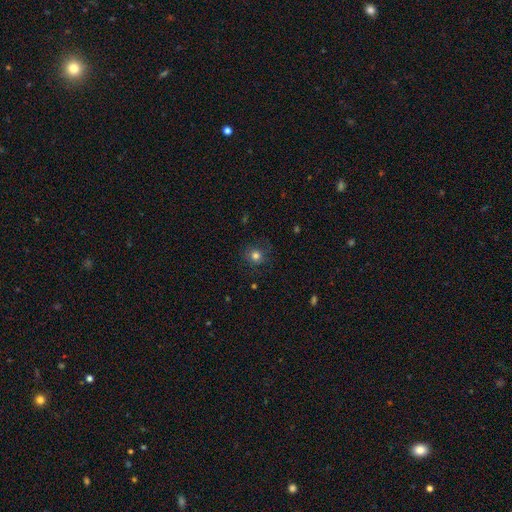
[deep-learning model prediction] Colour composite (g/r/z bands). It shows a smooth galaxy with no disk features (77%) that is round (90%). Merging: none (81%).